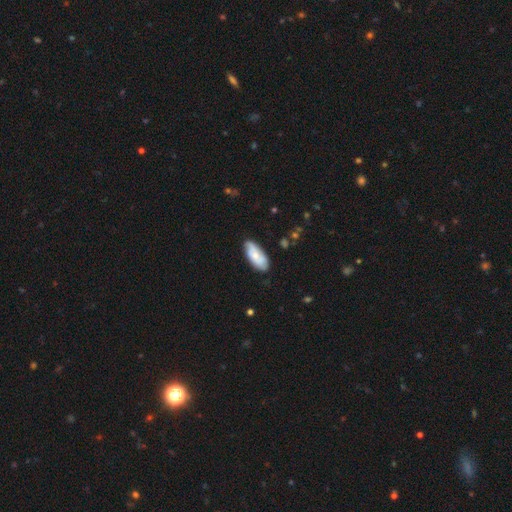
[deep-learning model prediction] This is possibly a smooth galaxy (53%). How rounded: clearly in between (84%). Merging: likely none (76%).